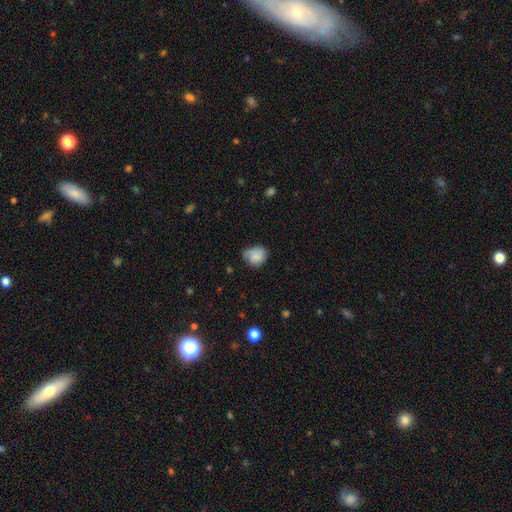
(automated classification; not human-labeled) Smooth or featured? Predicted: smooth (p=0.71). How rounded? Predicted: round (p=0.54). Merging? Predicted: none (p=0.47).